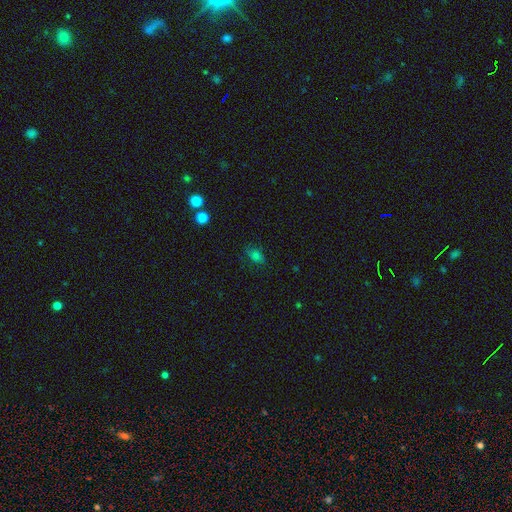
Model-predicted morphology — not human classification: Smooth or featured? smooth (73%)
How rounded? in between (78%)
Merging? none (73%)